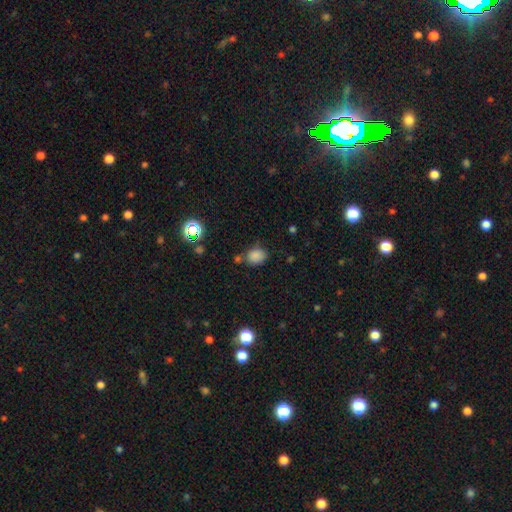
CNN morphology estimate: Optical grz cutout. It shows a smooth galaxy with no disk features (82%) that is in between round and cigar-shaped (54%). Merging: none (64%).